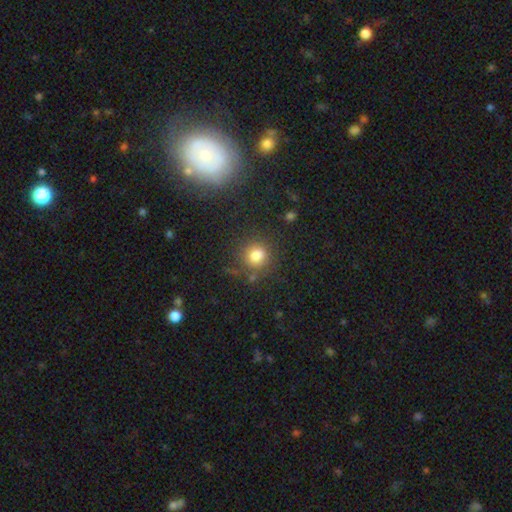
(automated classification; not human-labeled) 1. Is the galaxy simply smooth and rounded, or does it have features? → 79% smooth, 14% star or artifact, 7% featured or disk.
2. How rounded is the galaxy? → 83% round, 16% in between, 1% cigar-shaped.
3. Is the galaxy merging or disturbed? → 78% none, 12% minor disturbance, 5% merger, 5% major disturbance.